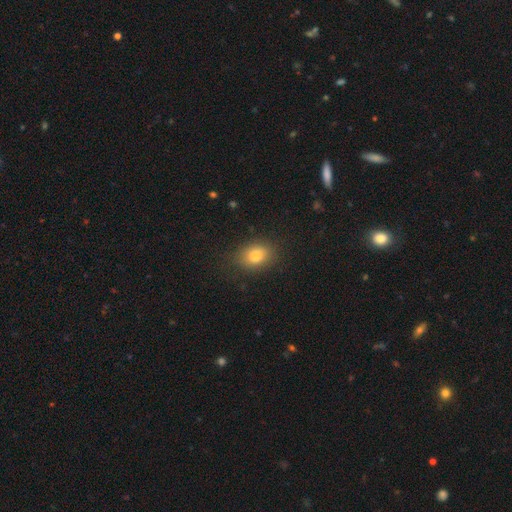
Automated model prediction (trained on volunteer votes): This is likely a smooth galaxy (80%). How rounded: likely in between (65%). Merging: clearly none (82%).